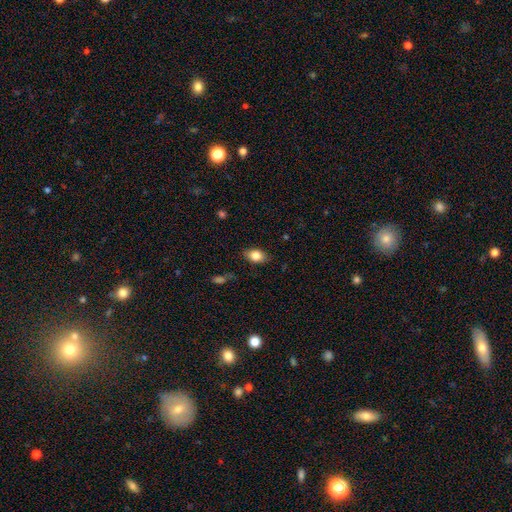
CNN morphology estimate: smooth_or_featured: smooth (p=0.83) [alt: featured or disk p=0.09]
how_rounded: in between (p=0.84) [alt: round p=0.14]
merging: none (p=0.83) [alt: minor disturbance p=0.13]